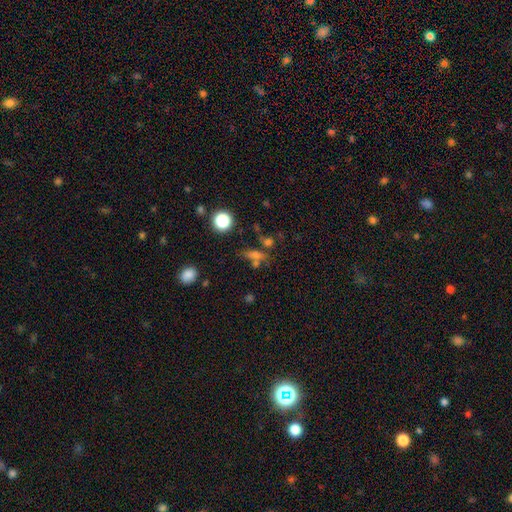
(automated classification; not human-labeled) smooth-or-featured: smooth: 57% | star or artifact: 23% | featured or disk: 20%
  how-rounded: in between: 40% | cigar-shaped: 34% | round: 25%
  merging: none: 55% | merger: 21% | minor disturbance: 15% | major disturbance: 8%